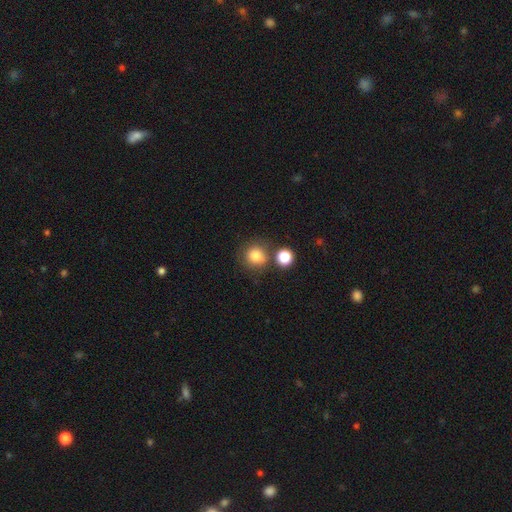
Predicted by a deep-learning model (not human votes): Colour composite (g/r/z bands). It shows a smooth galaxy with no disk features (81%) that is round (90%). Merging: none (68%).